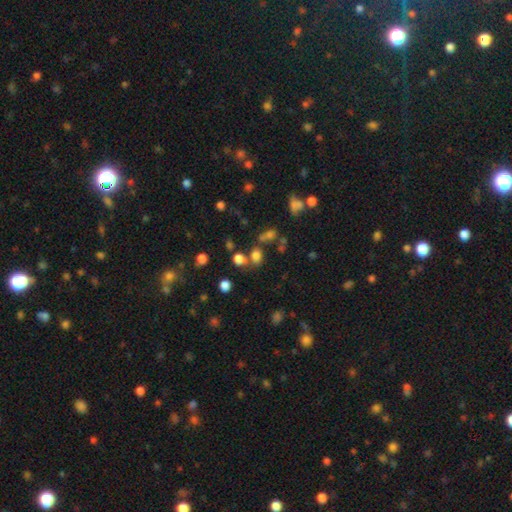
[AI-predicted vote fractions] A smooth galaxy with no disk features (71%) that is in between round and cigar-shaped (58%). Merging: none (56%).